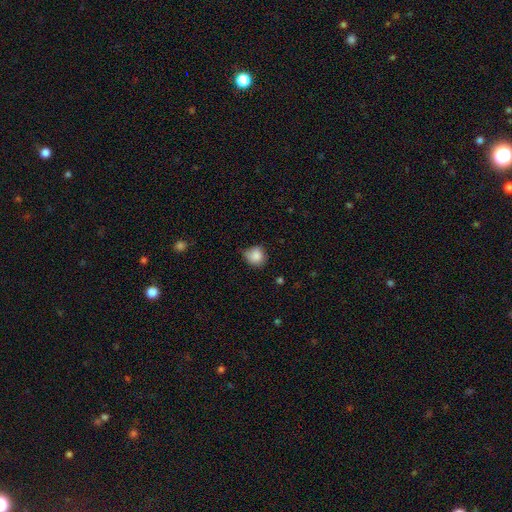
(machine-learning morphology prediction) Q: Smooth or featured?
A: smooth (86%); runner-up: star or artifact (8%)
Q: How rounded?
A: round (84%); runner-up: in between (15%)
Q: Merging?
A: none (66%); runner-up: minor disturbance (28%)